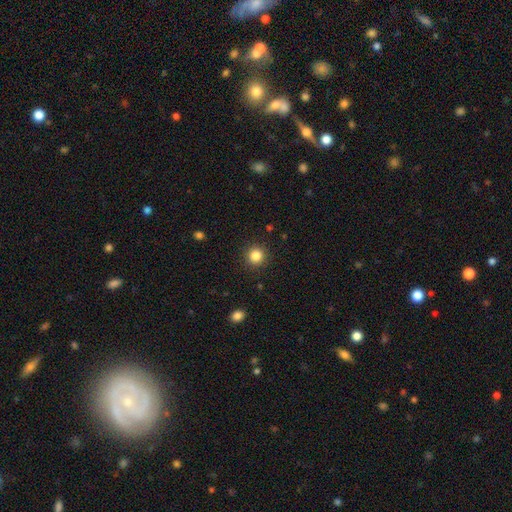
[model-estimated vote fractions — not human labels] Smooth or featured? Predicted: smooth (p=0.84). How rounded? Predicted: round (p=0.93). Merging? Predicted: none (p=0.91).